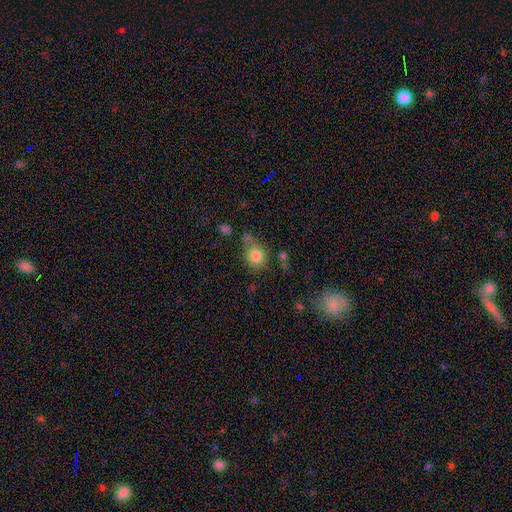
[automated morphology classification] A smooth galaxy with no disk features (81%) that is round (77%).

Vote fractions:
- Smooth or featured? smooth: 81% / star or artifact: 10% / featured or disk: 8%
- How rounded? round: 77% / in between: 22% / cigar-shaped: 1%
- Merging? none: 58% / minor disturbance: 19% / merger: 15% / major disturbance: 8%